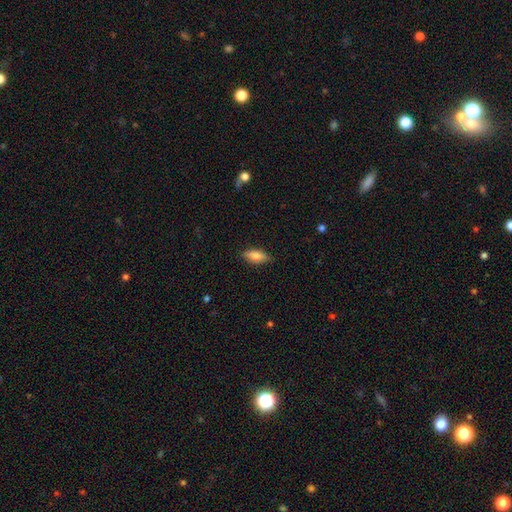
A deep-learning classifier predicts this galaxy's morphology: Smooth or featured? smooth (79%)
How rounded? in between (79%)
Merging? none (84%)